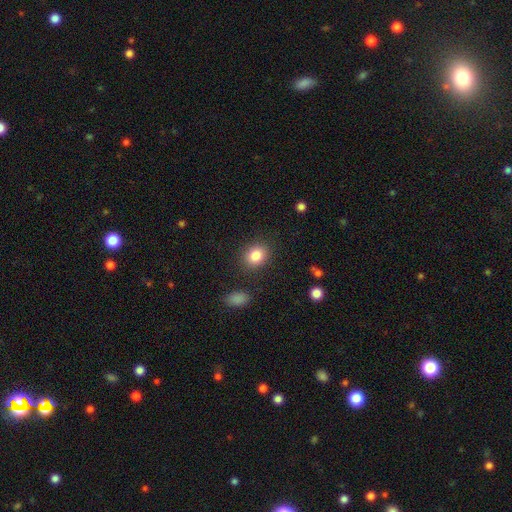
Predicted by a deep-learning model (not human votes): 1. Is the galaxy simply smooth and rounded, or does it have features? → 84% smooth, 9% star or artifact, 6% featured or disk.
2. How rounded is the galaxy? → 56% round, 43% in between, 1% cigar-shaped.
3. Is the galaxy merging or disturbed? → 86% none, 9% minor disturbance, 3% major disturbance, 2% merger.